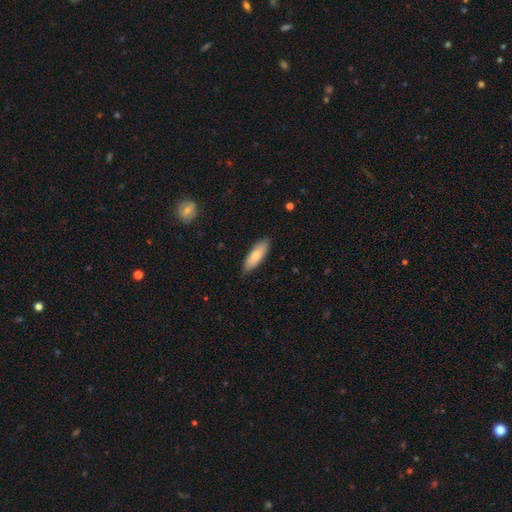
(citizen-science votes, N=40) Q: Smooth or featured?
A: smooth (85%); runner-up: featured or disk (10%)
Q: How rounded?
A: in between (56%); runner-up: cigar-shaped (44%)
Q: Merging?
A: none (82%); runner-up: minor disturbance (16%)